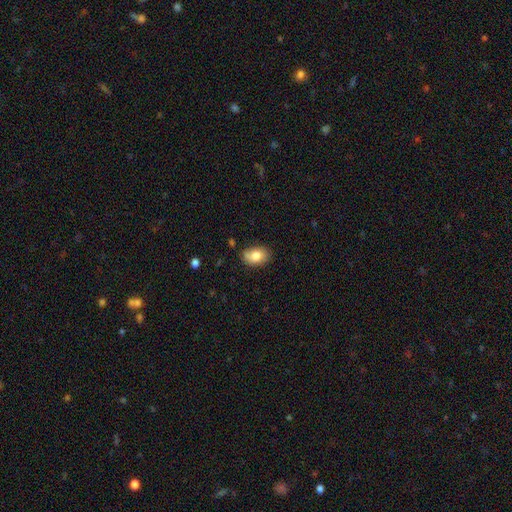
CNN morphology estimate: smooth-or-featured: smooth: 80% | featured or disk: 12% | star or artifact: 8%
  how-rounded: in between: 80% | round: 19% | cigar-shaped: 1%
  merging: none: 72% | minor disturbance: 21% | major disturbance: 4% | merger: 3%